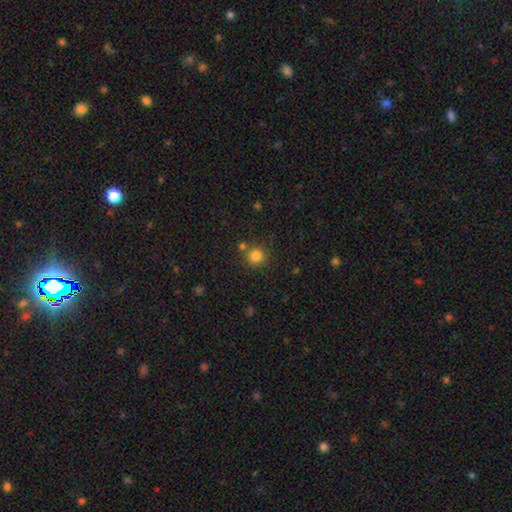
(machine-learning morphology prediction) Smooth or featured: smooth — 82% (star or artifact — 13%)
How rounded: round — 93% (in between — 6%)
Merging: none — 78% (merger — 12%)